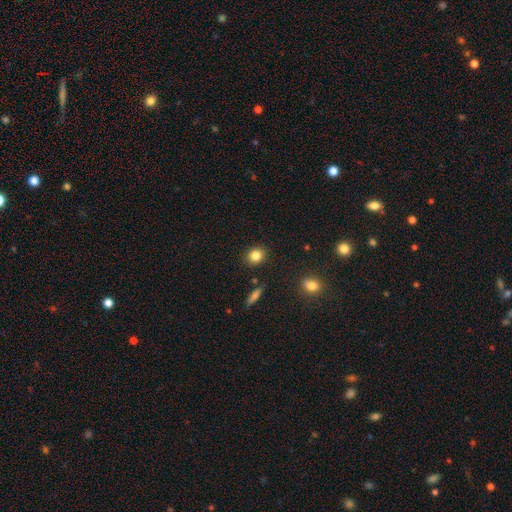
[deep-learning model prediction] A smooth galaxy with no disk features (84%) that is round (64%). Merging: none (88%).